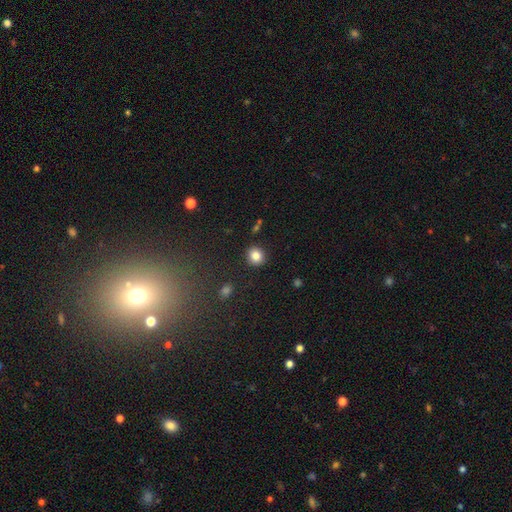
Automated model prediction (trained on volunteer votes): Smooth or featured? Predicted: smooth (p=0.84). How rounded? Predicted: round (p=0.82). Merging? Predicted: none (p=0.88).